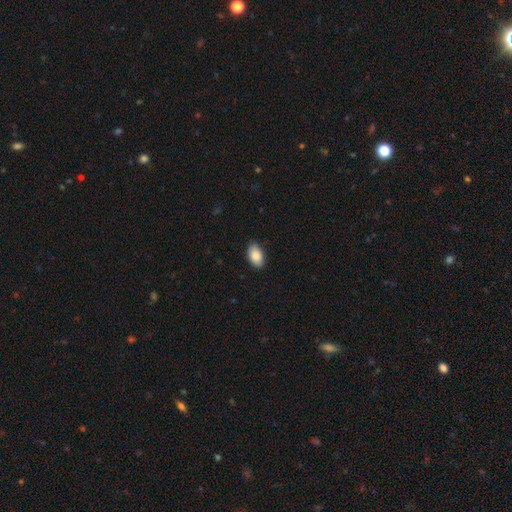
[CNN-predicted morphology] Smooth or featured?
  - smooth: 89% *
  - star or artifact: 6%
  - featured or disk: 5%
How rounded?
  - in between: 93% *
  - round: 5%
  - cigar-shaped: 1%
Merging?
  - none: 85% *
  - minor disturbance: 12%
  - major disturbance: 2%
  - merger: 1%